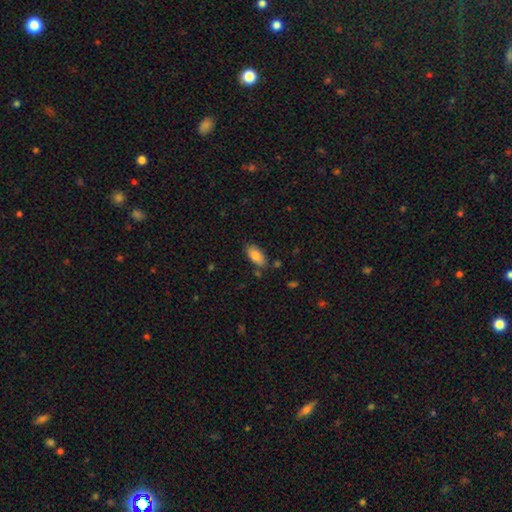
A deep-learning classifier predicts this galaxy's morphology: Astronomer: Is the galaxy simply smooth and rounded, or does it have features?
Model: smooth — 82%.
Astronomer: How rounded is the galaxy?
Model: in between — 91%.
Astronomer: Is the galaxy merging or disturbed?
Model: none — 80%.